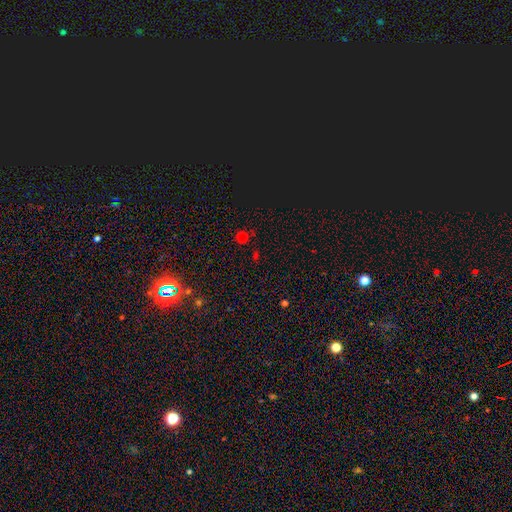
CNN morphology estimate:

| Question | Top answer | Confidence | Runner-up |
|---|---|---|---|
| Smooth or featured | smooth | 57% | star or artifact (38%) |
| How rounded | round | 87% | in between (12%) |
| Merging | none | 85% | minor disturbance (8%) |